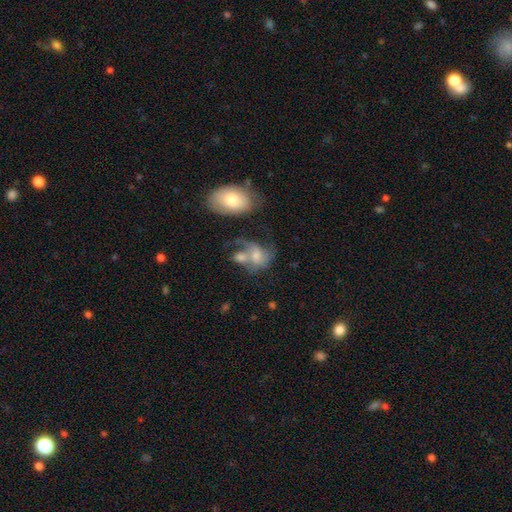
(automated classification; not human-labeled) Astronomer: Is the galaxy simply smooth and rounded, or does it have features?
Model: featured or disk — 49% (runner-up: smooth, 41%).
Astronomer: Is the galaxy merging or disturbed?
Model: merger — 49%.